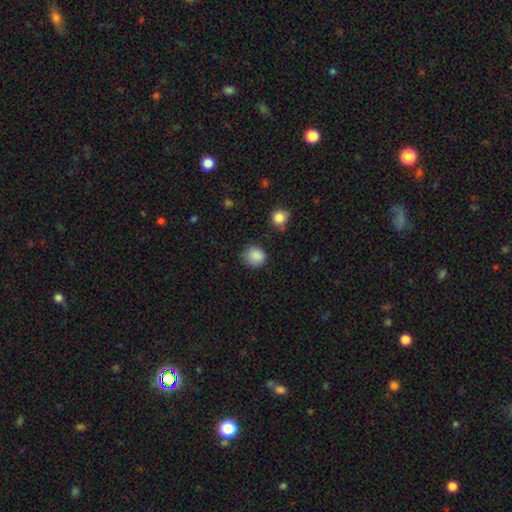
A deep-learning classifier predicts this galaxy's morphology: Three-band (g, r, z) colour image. It shows a smooth galaxy with no disk features (87%) that is round (84%). Merging: none (74%).